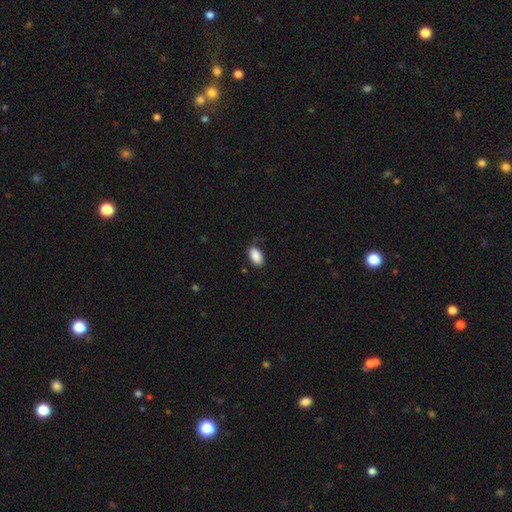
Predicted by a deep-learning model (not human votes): smooth 89%, star or artifact 7%, featured or disk 4%. Down the decision tree: how rounded — in between (94%); merging — none (76%).